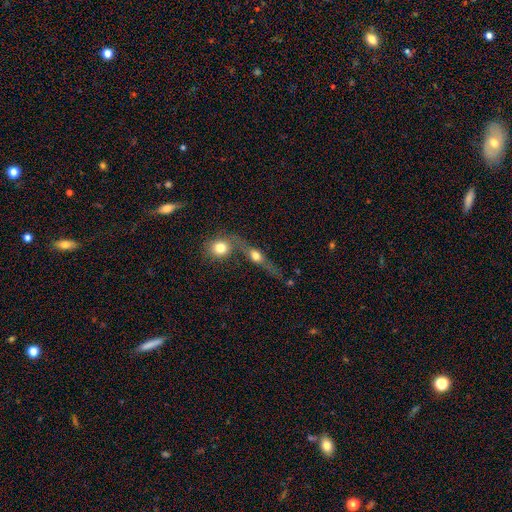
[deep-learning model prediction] smooth 45%, featured or disk 44%, star or artifact 11%. Down the decision tree: merging — merger (42%).